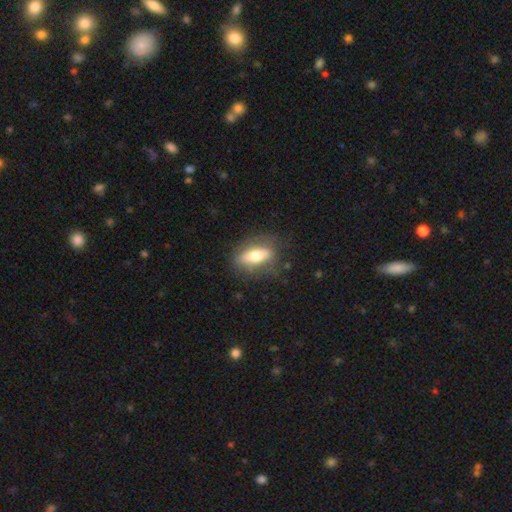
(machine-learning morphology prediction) A smooth galaxy with no disk features (57%) that is in between round and cigar-shaped (76%). Merging: none (73%).